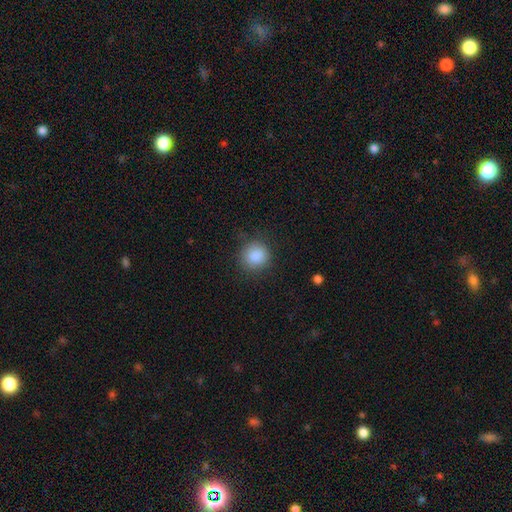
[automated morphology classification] A smooth galaxy with no disk features (87%) that is round (88%). Merging: none (84%).